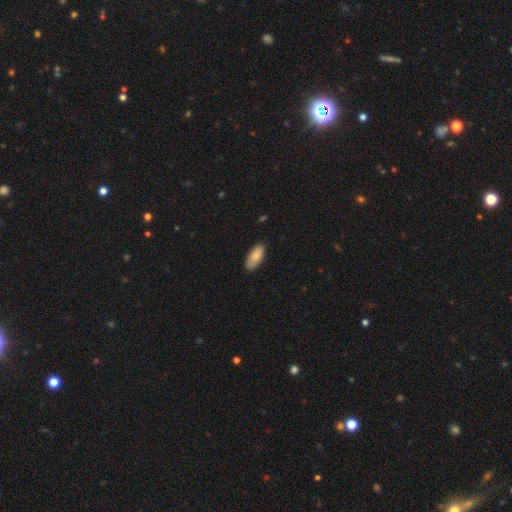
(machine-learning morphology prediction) type=smooth (86%); roundness=in between (88%); merging=none (83%).